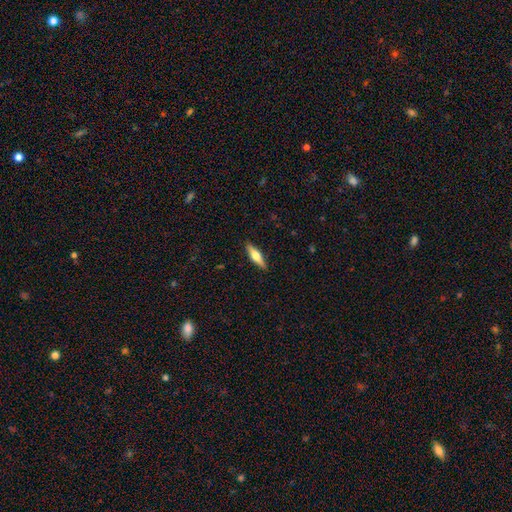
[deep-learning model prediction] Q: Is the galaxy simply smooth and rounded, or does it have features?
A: featured or disk — 50%.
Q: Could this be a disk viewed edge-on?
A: yes — 95%.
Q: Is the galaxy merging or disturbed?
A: none — 90%.